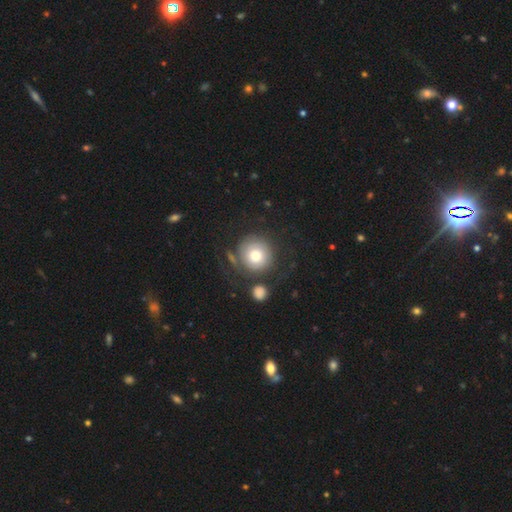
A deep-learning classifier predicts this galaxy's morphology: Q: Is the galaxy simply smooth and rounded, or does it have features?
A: smooth — 66%.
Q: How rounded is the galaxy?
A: round — 94%.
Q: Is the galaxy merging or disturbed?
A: none — 68%.